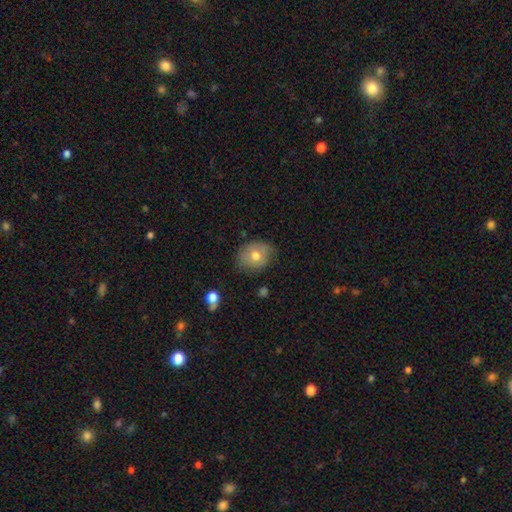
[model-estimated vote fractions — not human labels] A smooth galaxy with no disk features (68%) that is round (60%).

Vote fractions:
- Smooth or featured? smooth: 68% / featured or disk: 22% / star or artifact: 9%
- How rounded? round: 60% / in between: 39% / cigar-shaped: 1%
- Merging? none: 72% / minor disturbance: 22% / major disturbance: 5% / merger: 2%